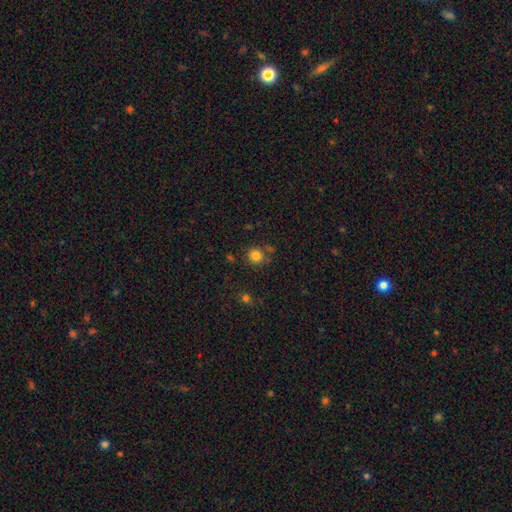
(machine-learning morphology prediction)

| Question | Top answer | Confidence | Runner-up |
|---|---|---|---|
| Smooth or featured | smooth | 81% | star or artifact (13%) |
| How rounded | round | 90% | in between (9%) |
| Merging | none | 75% | minor disturbance (11%) |